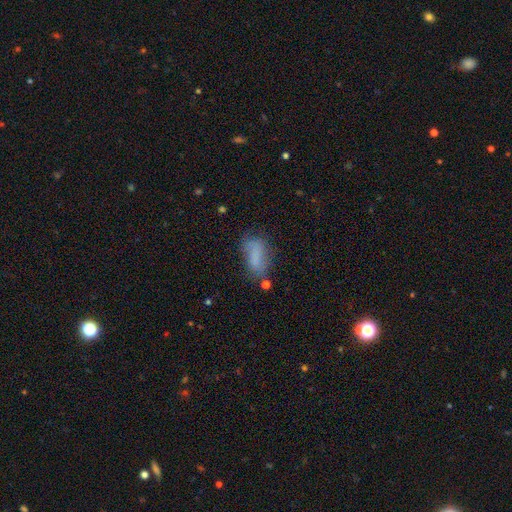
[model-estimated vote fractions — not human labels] Q: Smooth or featured?
A: smooth (72%); runner-up: featured or disk (17%)
Q: How rounded?
A: in between (83%); runner-up: cigar-shaped (13%)
Q: Merging?
A: none (49%); runner-up: minor disturbance (29%)